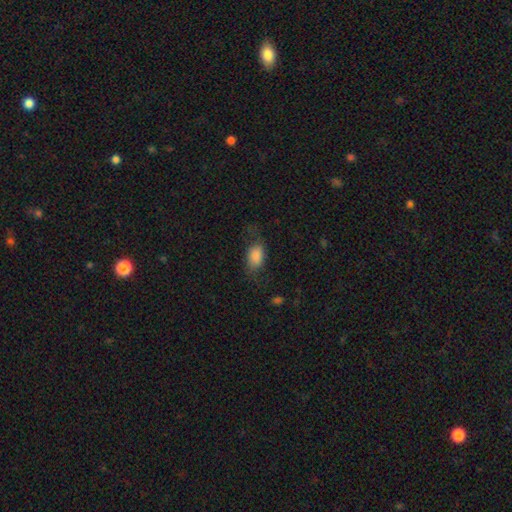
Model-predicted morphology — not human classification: The model was most divided on "merging": none: 55%, minor disturbance: 25%, major disturbance: 18%, merger: 2%. More confident: how rounded — in between (87%); smooth or featured — smooth (78%).